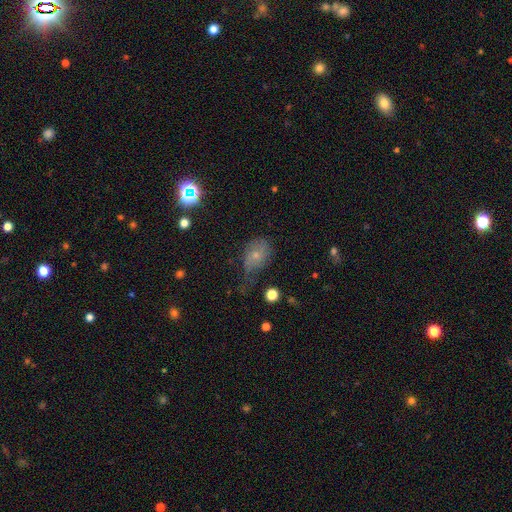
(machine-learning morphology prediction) smooth-or-featured: smooth: 57% | featured or disk: 28% | star or artifact: 14%
  how-rounded: in between: 68% | round: 30% | cigar-shaped: 2%
  merging: minor disturbance: 38% | none: 33% | major disturbance: 26% | merger: 3%